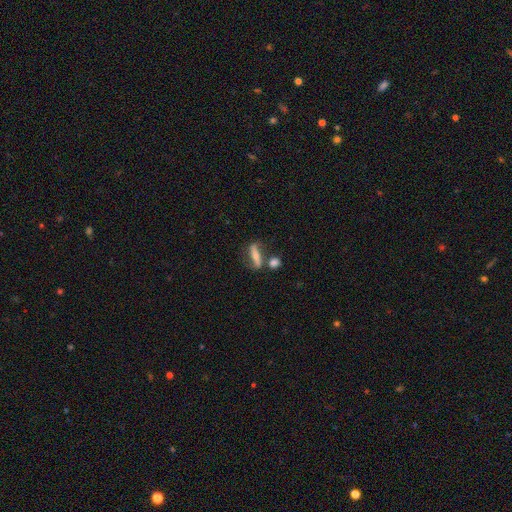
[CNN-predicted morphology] featured or disk 61%, smooth 29%, star or artifact 10%. Down the decision tree: edge-on disk — no (65%); merging — none (57%).